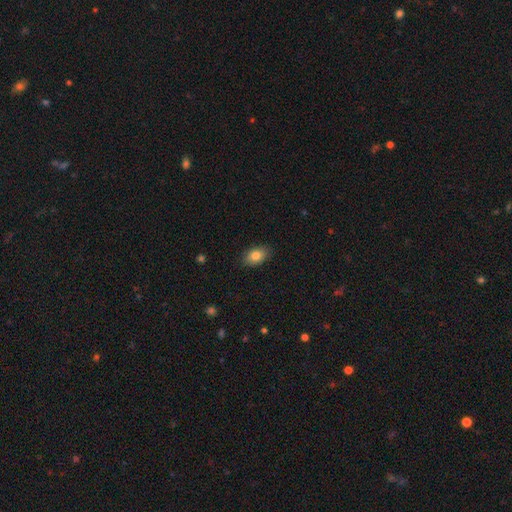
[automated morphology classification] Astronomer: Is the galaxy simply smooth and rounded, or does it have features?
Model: smooth — 83%.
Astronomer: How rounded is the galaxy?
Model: in between — 88%.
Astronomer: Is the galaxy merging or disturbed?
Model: none — 87%.